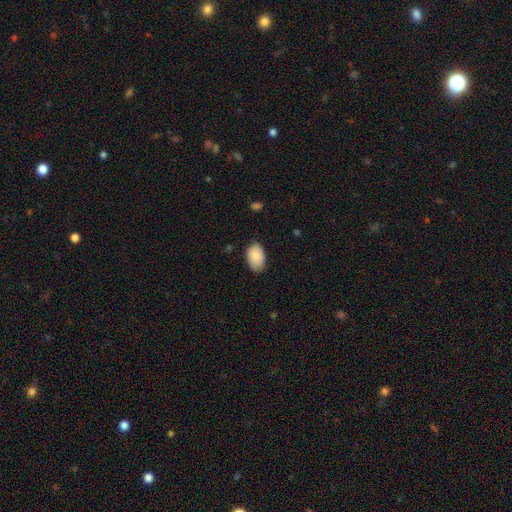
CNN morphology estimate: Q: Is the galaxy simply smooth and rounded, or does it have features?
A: smooth — 84%.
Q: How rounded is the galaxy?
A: in between — 91%.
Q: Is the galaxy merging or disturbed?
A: none — 73%.